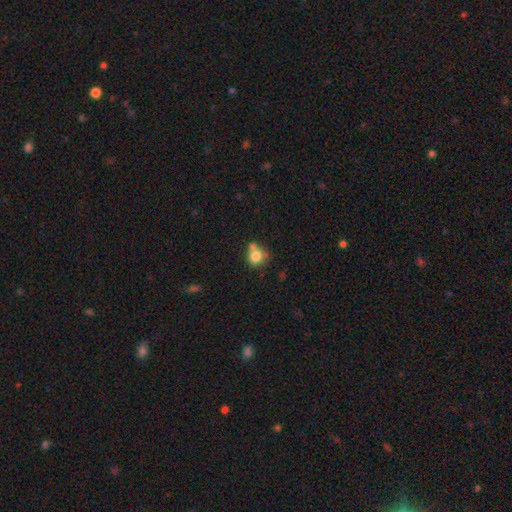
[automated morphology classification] Smooth or featured?
  - smooth: 79% *
  - featured or disk: 11%
  - star or artifact: 10%
How rounded?
  - round: 79% *
  - in between: 21%
  - cigar-shaped: 1%
Merging?
  - none: 48% *
  - merger: 34%
  - minor disturbance: 13%
  - major disturbance: 5%